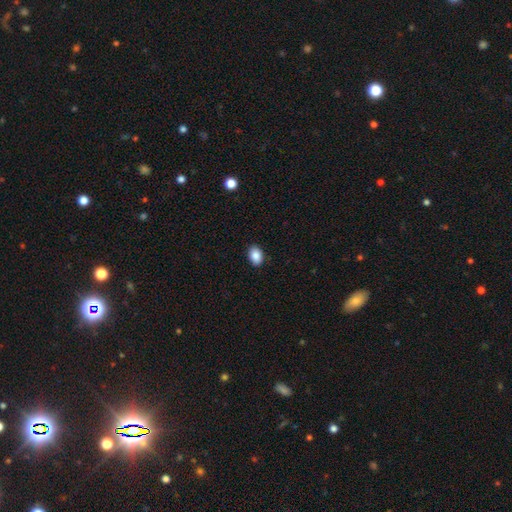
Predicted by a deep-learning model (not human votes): A smooth galaxy with no disk features (88%) that is in between round and cigar-shaped (80%). Merging: none (89%).